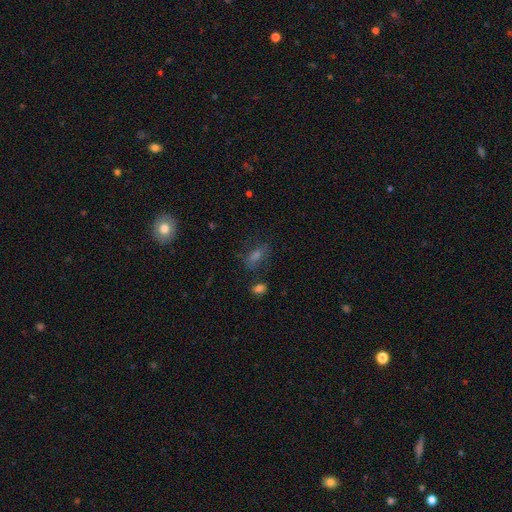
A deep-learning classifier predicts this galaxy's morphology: This appears to be a smooth galaxy with no disk features (47%). Merging: none (70%).